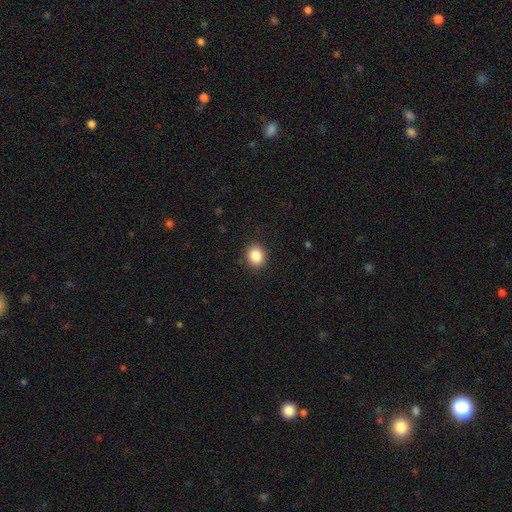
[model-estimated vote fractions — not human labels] Smooth or featured: smooth — 86% (star or artifact — 9%)
How rounded: round — 66% (in between — 33%)
Merging: none — 90% (minor disturbance — 7%)